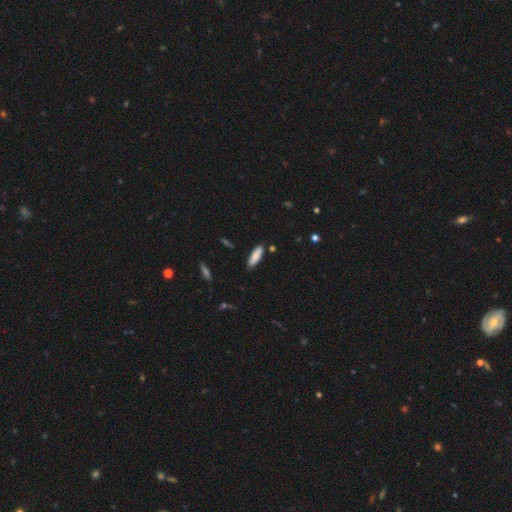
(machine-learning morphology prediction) The model was most divided on "how rounded": in between: 54%, cigar-shaped: 44%, round: 1%. More confident: smooth or featured — smooth (85%); merging — none (85%).